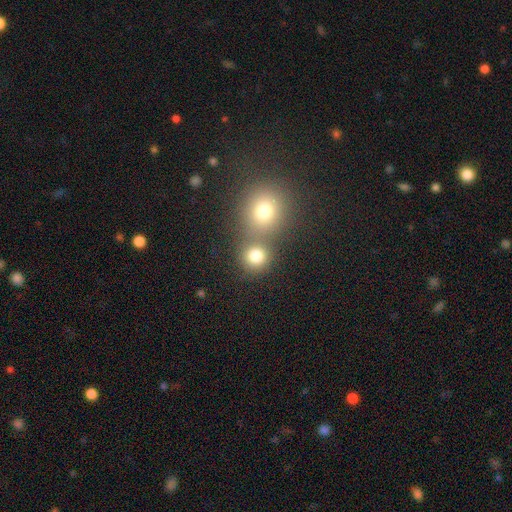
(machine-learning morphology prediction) smooth 79%, star or artifact 13%, featured or disk 8%. Down the decision tree: how rounded — round (87%); merging — none (55%).